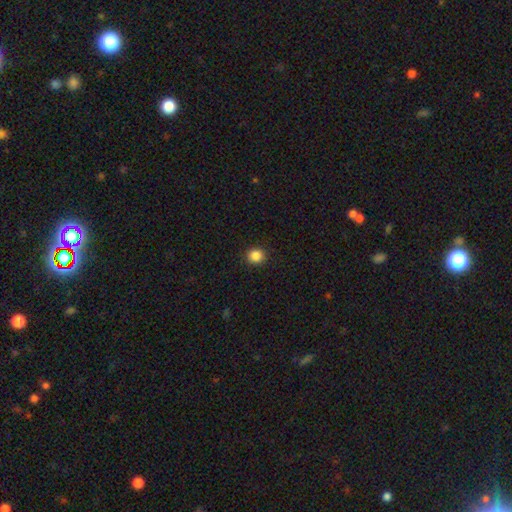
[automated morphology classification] smooth-or-featured: smooth: 86% | star or artifact: 10% | featured or disk: 3%
  how-rounded: round: 90% | in between: 9% | cigar-shaped: 1%
  merging: none: 92% | minor disturbance: 5% | major disturbance: 2% | merger: 1%